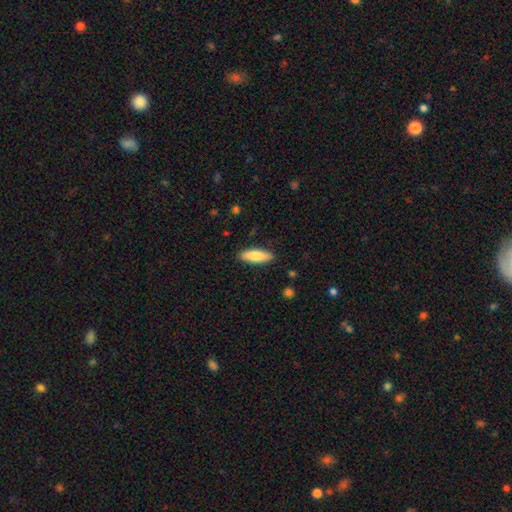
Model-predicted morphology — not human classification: A smooth galaxy with no disk features (80%) that is in between round and cigar-shaped (54%). Merging: none (89%).